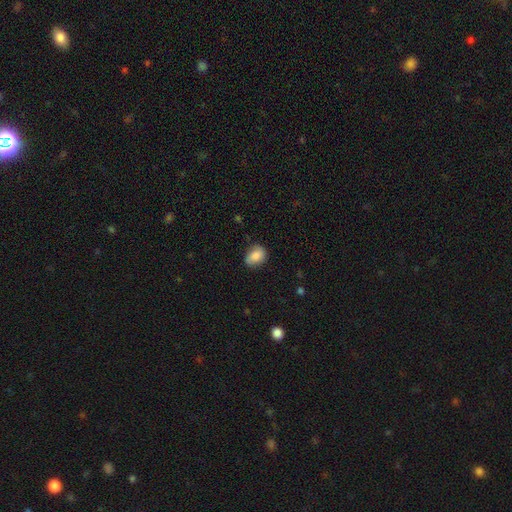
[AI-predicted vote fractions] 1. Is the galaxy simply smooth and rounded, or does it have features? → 81% smooth, 11% featured or disk, 8% star or artifact.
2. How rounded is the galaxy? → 63% in between, 35% round, 1% cigar-shaped.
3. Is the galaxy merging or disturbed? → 71% none, 23% minor disturbance, 5% major disturbance, 1% merger.